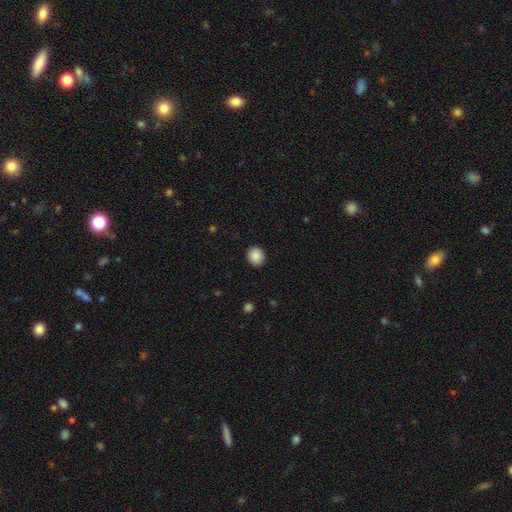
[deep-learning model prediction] Smooth or featured: smooth — 89% (star or artifact — 8%)
How rounded: round — 83% (in between — 16%)
Merging: none — 91% (minor disturbance — 6%)